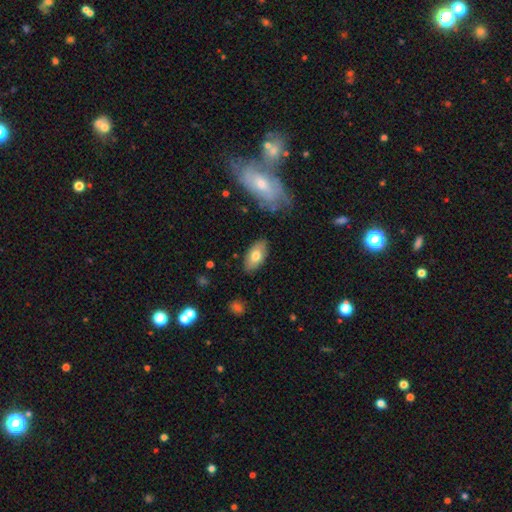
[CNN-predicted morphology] This appears to be a smooth galaxy with no disk features (72%) that is in between round and cigar-shaped (93%). Merging: none (83%).